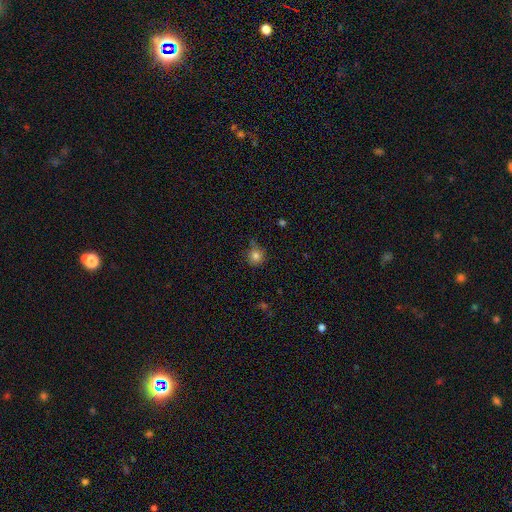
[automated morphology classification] This is clearly a smooth galaxy (81%). How rounded: clearly round (92%). Merging: likely none (73%).